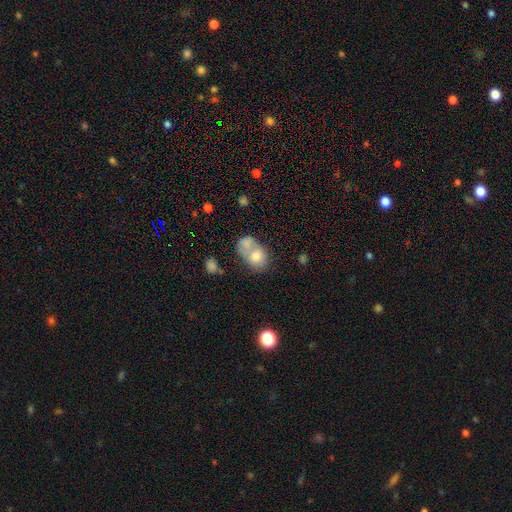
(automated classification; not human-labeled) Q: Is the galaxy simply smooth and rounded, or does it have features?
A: smooth — 71%.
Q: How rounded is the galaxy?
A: in between — 55%.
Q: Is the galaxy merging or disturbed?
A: merger — 58%.